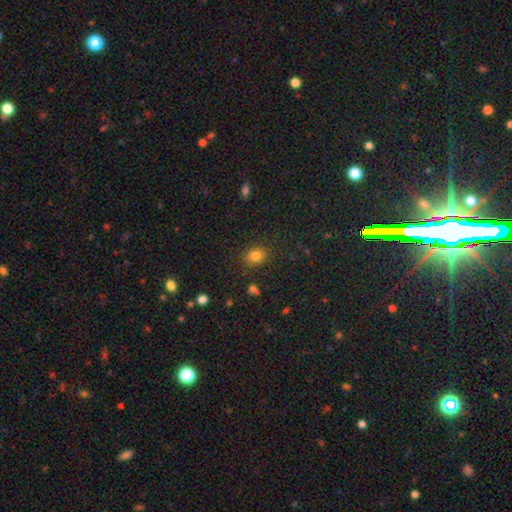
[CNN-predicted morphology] The model was most divided on "how rounded": round: 50%, in between: 49%, cigar-shaped: 1%. More confident: merging — none (85%); smooth or featured — smooth (81%).